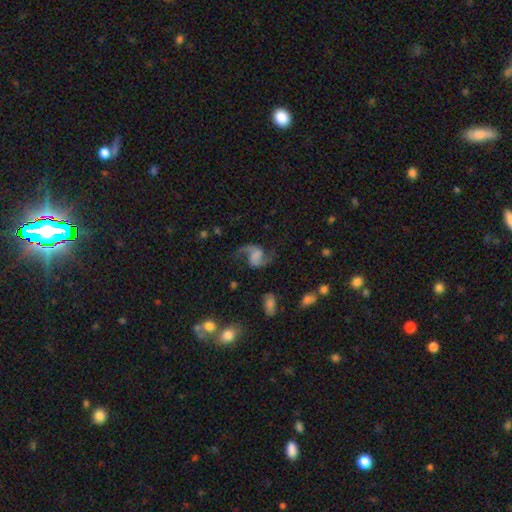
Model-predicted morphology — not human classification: smooth-or-featured: featured or disk: 86% | smooth: 8% | star or artifact: 7%
  disk-edge-on: no: 98% | yes: 2%
    bar: no: 42% | weak: 41% | strong: 17%
    has-spiral-arms: yes: 97% | no: 3%
      spiral-winding: loose: 63% | medium: 32% | tight: 5%
      spiral-arm-count: 2: 93% | 1: 3% | can't tell: 2% | 3: 1% | 4: 1% | more than 4: 1%
    bulge-size: none: 56% | small: 16% | moderate: 14% | large: 12% | dominant: 3%
  merging: none: 73% | minor disturbance: 14% | major disturbance: 10% | merger: 2%